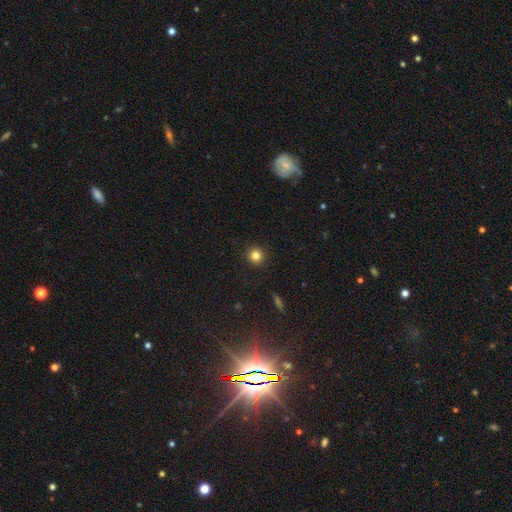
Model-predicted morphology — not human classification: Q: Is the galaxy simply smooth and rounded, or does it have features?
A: smooth — 82%.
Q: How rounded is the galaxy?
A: round — 95%.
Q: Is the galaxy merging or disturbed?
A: none — 92%.